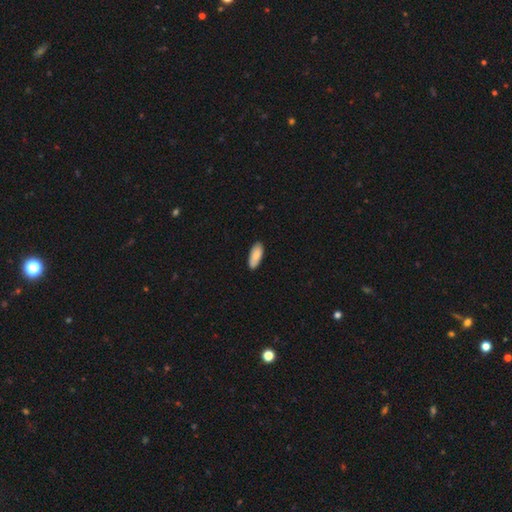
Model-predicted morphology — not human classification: Smooth or featured? smooth (83%)
How rounded? in between (82%)
Merging? none (87%)